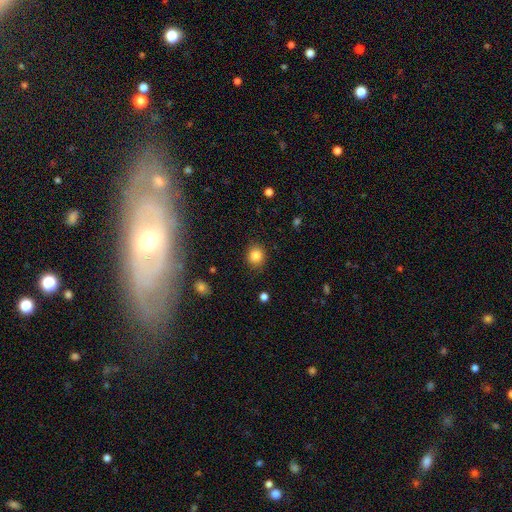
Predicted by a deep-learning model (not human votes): This appears to be a smooth galaxy with no disk features (84%) that is round (83%). Merging: none (88%).